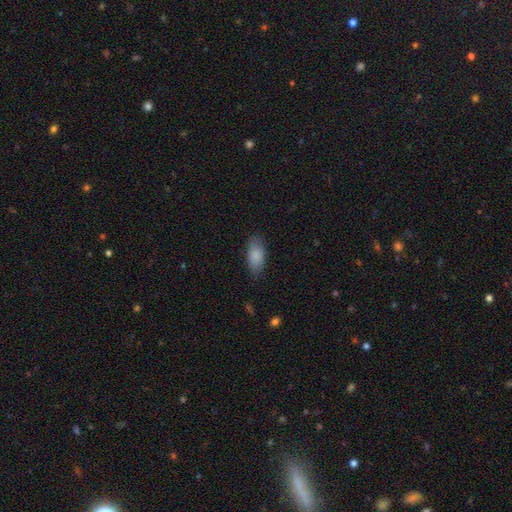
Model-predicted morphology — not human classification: Overall: smooth (87%). How rounded: in between (89%). Merging: none (82%).